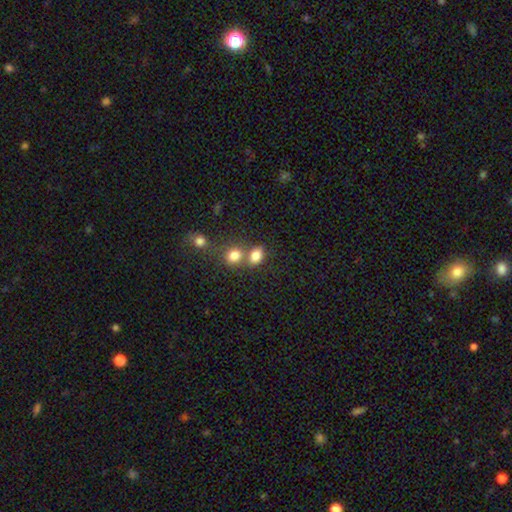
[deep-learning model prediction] Smooth or featured: smooth — 82% (star or artifact — 11%)
How rounded: in between — 64% (round — 35%)
Merging: merger — 44% (none — 43%)